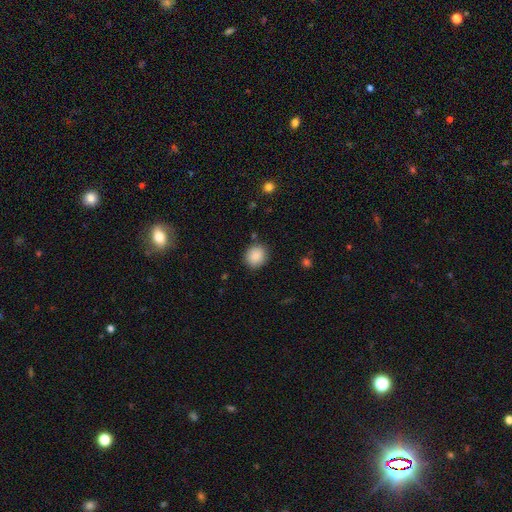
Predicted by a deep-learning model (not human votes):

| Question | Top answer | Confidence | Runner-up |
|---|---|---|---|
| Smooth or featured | smooth | 87% | star or artifact (8%) |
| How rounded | round | 84% | in between (15%) |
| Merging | none | 87% | minor disturbance (9%) |